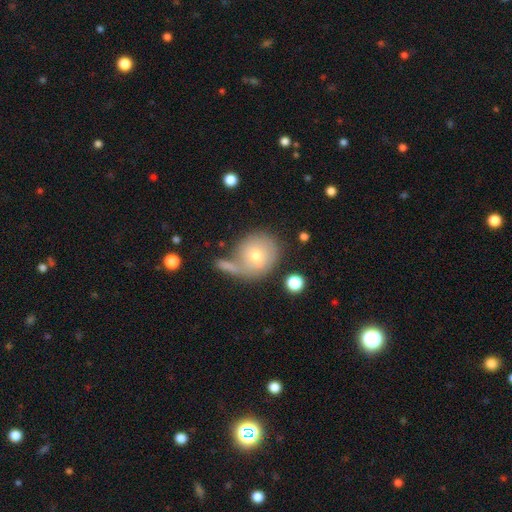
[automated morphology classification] Smooth or featured? smooth (60%)
How rounded? round (83%)
Merging? none (55%)